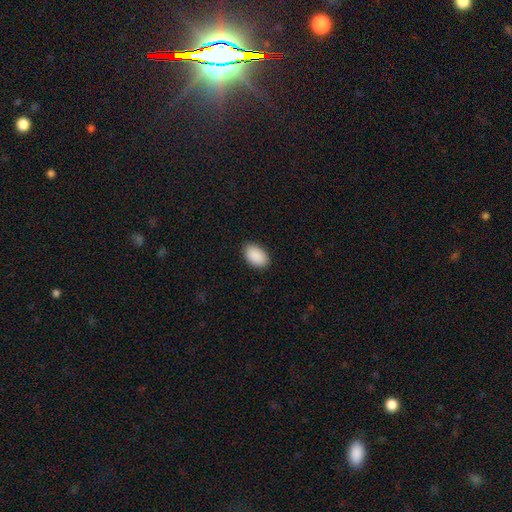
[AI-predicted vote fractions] Morphology: type=smooth (91%); roundness=in between (93%); merging=none (89%).